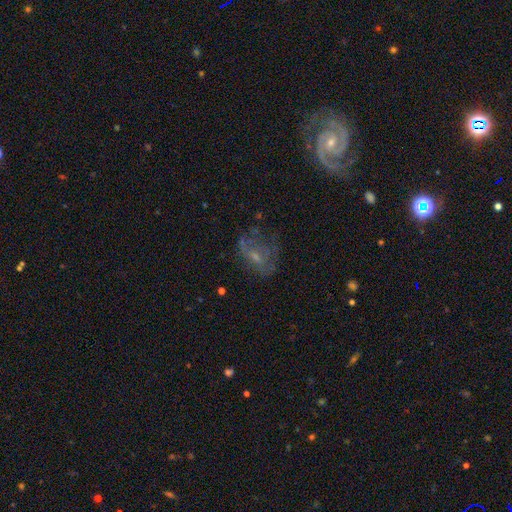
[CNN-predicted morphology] The model was most divided on "spiral arms": no: 56%, yes: 44%. Remaining: edge-on disk — no (96%); bar — no (63%); smooth or featured — featured or disk (54%); bulge size — small (53%); merging — none (47%).